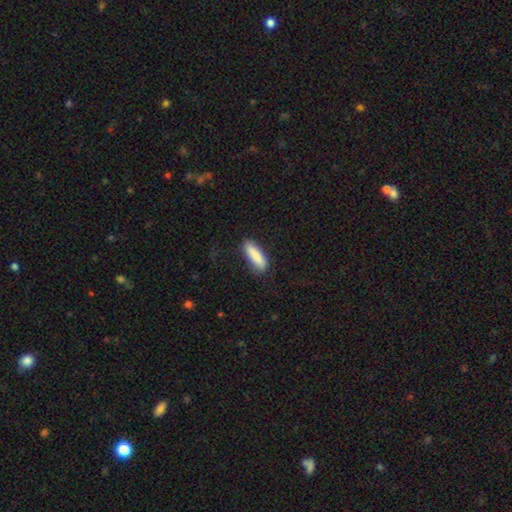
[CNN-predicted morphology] A smooth galaxy with no disk features (85%) that is cigar-shaped (66%).

Vote fractions:
- Smooth or featured? smooth: 85% / featured or disk: 9% / star or artifact: 6%
- How rounded? cigar-shaped: 66% / in between: 33% / round: 2%
- Merging? none: 83% / minor disturbance: 13% / major disturbance: 3% / merger: 1%